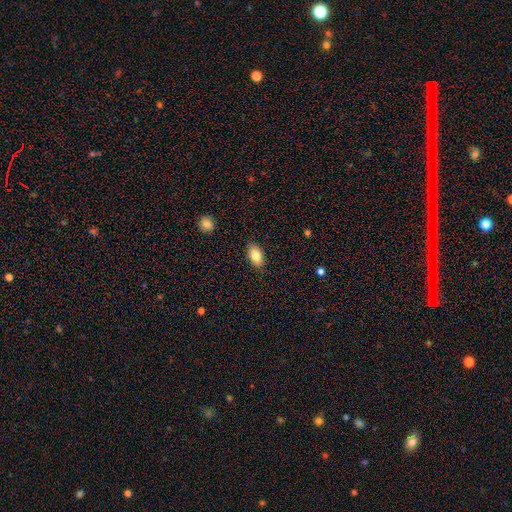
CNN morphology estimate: This appears to be a smooth galaxy with no disk features (83%) that is in between round and cigar-shaped (91%). Merging: none (86%).